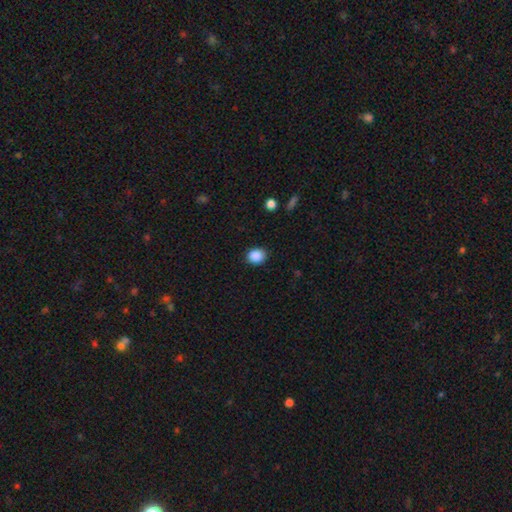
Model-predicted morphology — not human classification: type=smooth (88%); roundness=round (66%); merging=none (88%).